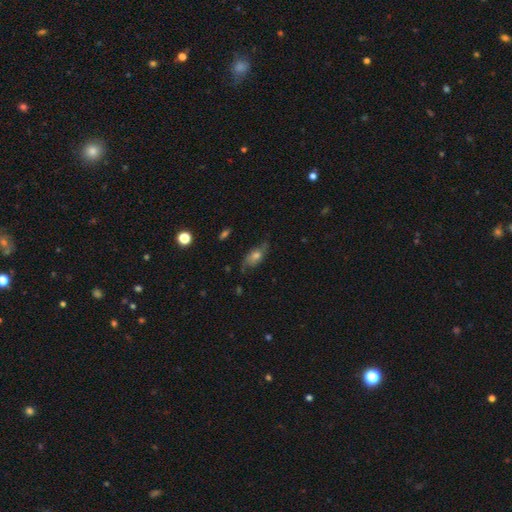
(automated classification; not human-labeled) Smooth or featured: featured or disk — 47% (smooth — 41%)
Merging: none — 64% (minor disturbance — 25%)